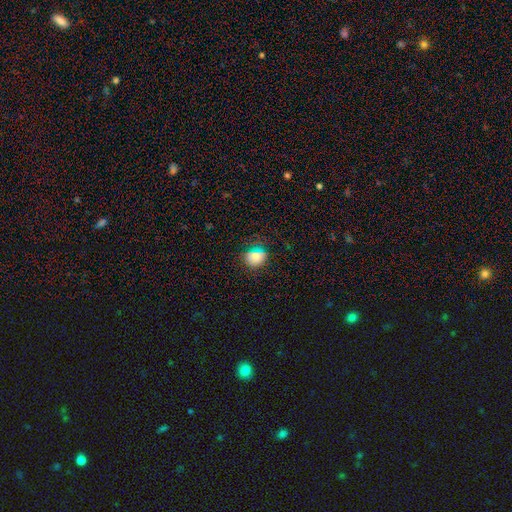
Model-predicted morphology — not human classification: A smooth galaxy with no disk features (75%) that is round (76%). Merging: none (80%).